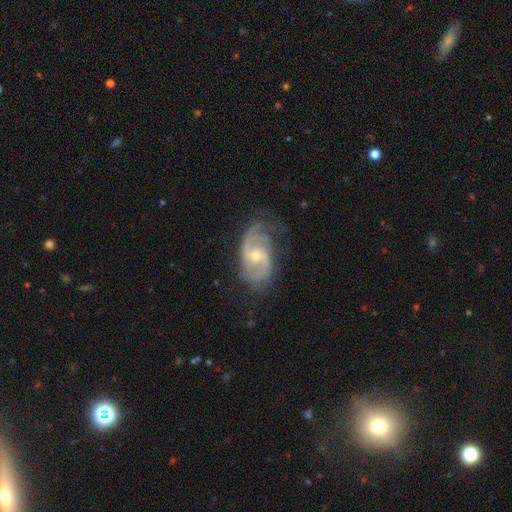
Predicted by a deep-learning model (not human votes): This appears to be a featured or disk galaxy (88%) with no bar (49%), 2 (76%) medium (51%) spiral arms (96%) and a moderate central bulge (51%). Merging: none (63%).